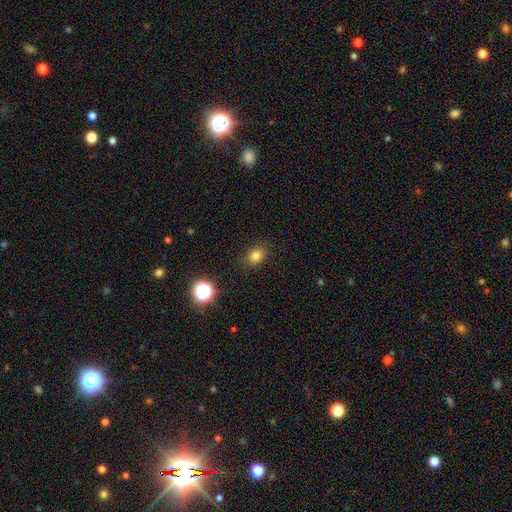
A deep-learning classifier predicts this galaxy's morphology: smooth_or_featured: smooth (p=0.80) [alt: star or artifact p=0.15]
how_rounded: round (p=0.51) [alt: in between p=0.48]
merging: none (p=0.88) [alt: minor disturbance p=0.09]